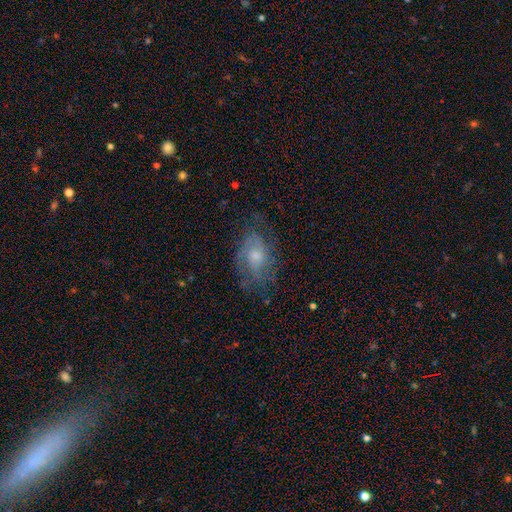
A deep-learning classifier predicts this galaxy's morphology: smooth_or_featured: featured or disk (p=0.62) [alt: smooth p=0.28]
disk_edge_on: no (p=0.95) [alt: yes p=0.05]
bar: no (p=0.74) [alt: weak p=0.23]
has_spiral_arms: yes (p=0.78) [alt: no p=0.22]
bulge_size: moderate (p=0.52) [alt: small p=0.33]
merging: none (p=0.63) [alt: minor disturbance p=0.22]